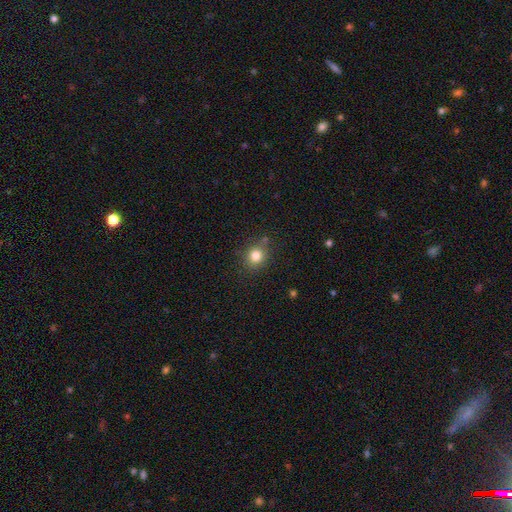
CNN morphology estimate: This is likely a smooth galaxy (80%). How rounded: likely round (76%). Merging: likely none (79%).